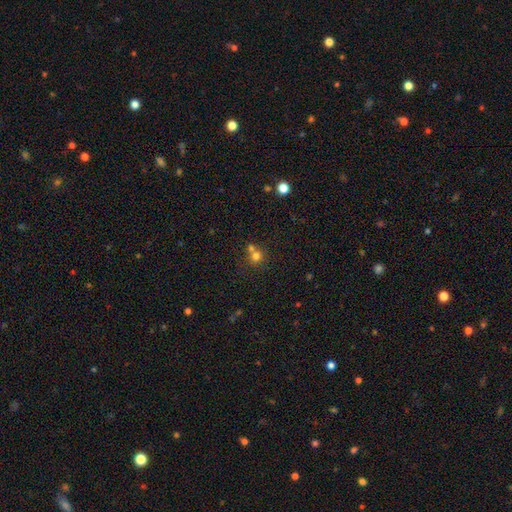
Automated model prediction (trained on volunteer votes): A smooth galaxy with no disk features (72%) that is round (86%).

Vote fractions:
- Smooth or featured? smooth: 72% / star or artifact: 17% / featured or disk: 11%
- How rounded? round: 86% / in between: 13% / cigar-shaped: 1%
- Merging? none: 46% / merger: 44% / minor disturbance: 7% / major disturbance: 3%